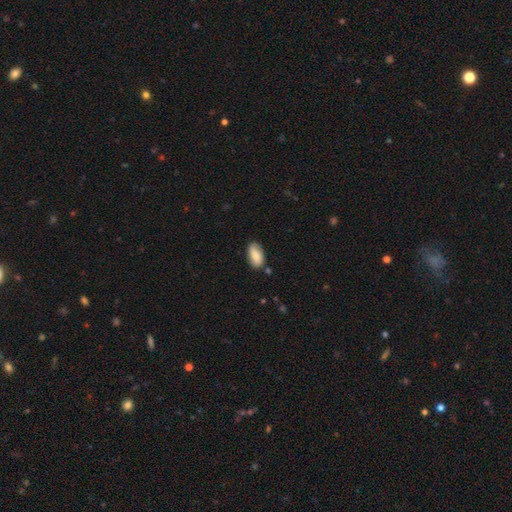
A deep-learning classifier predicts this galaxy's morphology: Overall: smooth (82%). How rounded: in between (93%). Merging: none (77%).